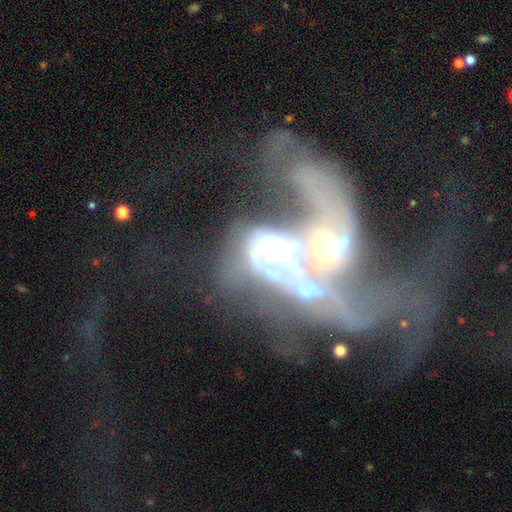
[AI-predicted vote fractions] This appears to be a featured or disk galaxy (63%) with no bar (68%), no spiral arms (71%) and a moderate central bulge (39%). Merging: merger (56%).